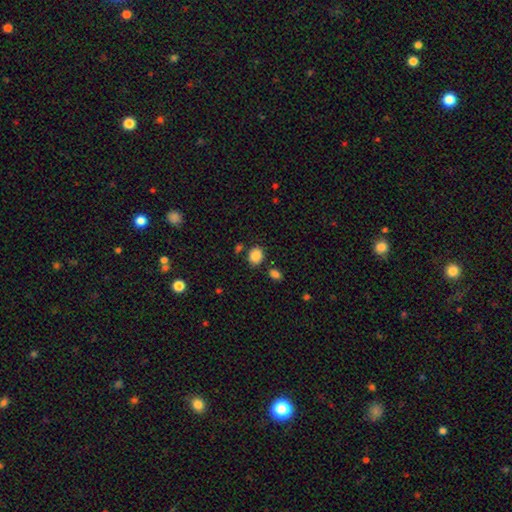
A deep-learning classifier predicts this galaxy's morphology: This appears to be a smooth galaxy with no disk features (87%) that is round (59%). Merging: none (78%).